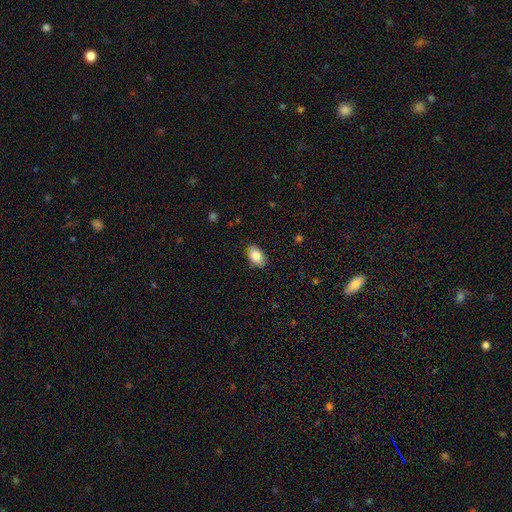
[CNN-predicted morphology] Overall: smooth (85%). How rounded: in between (89%). Merging: none (84%).